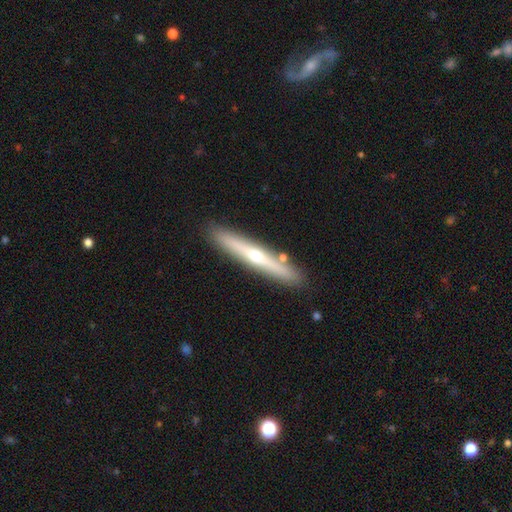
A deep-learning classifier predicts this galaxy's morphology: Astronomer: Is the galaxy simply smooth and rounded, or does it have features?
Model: featured or disk — 61%.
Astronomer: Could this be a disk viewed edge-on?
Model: yes — 94%.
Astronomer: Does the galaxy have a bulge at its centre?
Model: rounded — 83%.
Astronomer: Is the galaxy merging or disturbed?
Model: none — 87%.